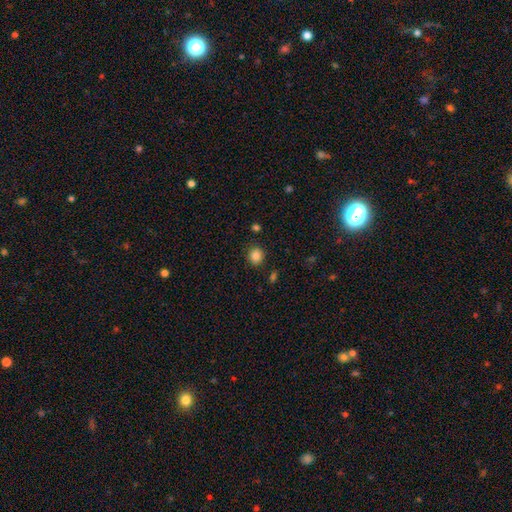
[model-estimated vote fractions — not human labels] The model was most divided on "how rounded": round: 80%, in between: 19%, cigar-shaped: 1%. More confident: merging — none (86%); smooth or featured — smooth (86%).